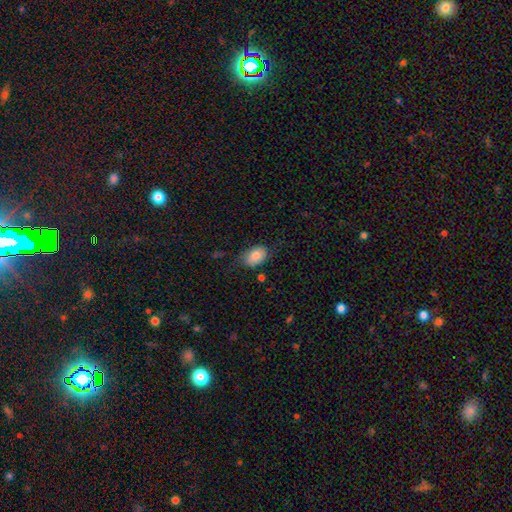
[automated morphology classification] The model was most divided on "merging": none: 60%, minor disturbance: 28%, major disturbance: 10%, merger: 3%. More confident: how rounded — in between (84%); smooth or featured — smooth (82%).